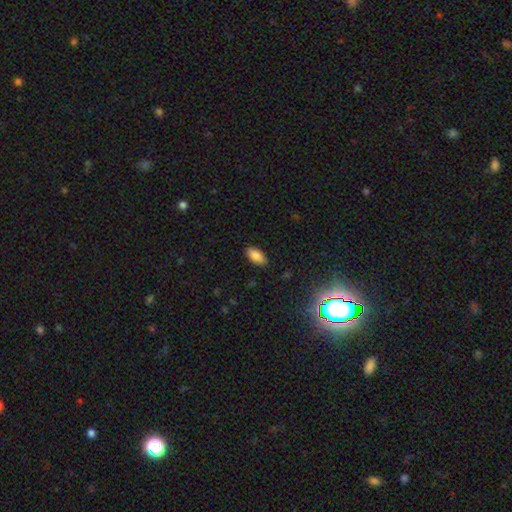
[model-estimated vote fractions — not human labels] Smooth or featured: smooth — 85% (star or artifact — 9%)
How rounded: in between — 92% (cigar-shaped — 5%)
Merging: none — 87% (minor disturbance — 10%)